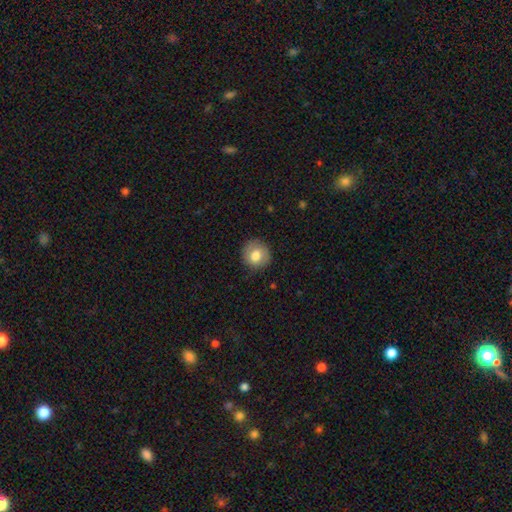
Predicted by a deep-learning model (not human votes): Smooth or featured? Predicted: smooth (p=0.78). How rounded? Predicted: round (p=0.88). Merging? Predicted: none (p=0.84).